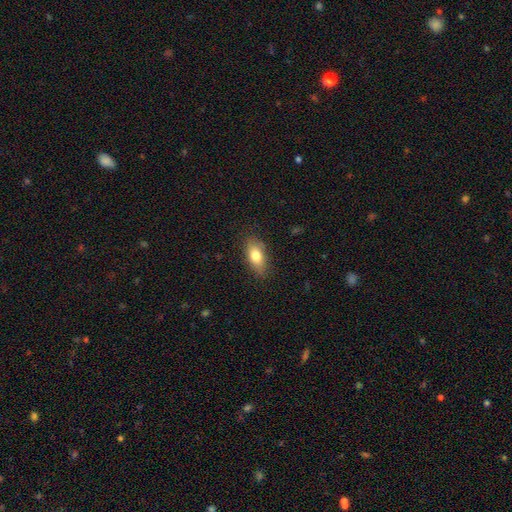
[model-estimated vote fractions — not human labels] smooth_or_featured: smooth (p=0.78) [alt: featured or disk p=0.15]
how_rounded: in between (p=0.84) [alt: cigar-shaped p=0.09]
merging: none (p=0.79) [alt: minor disturbance p=0.16]